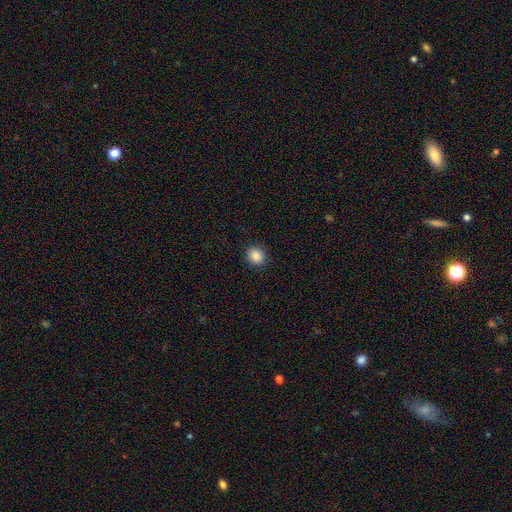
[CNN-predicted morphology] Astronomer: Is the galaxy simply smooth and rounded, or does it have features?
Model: smooth — 87%.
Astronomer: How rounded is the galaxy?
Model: round — 80%.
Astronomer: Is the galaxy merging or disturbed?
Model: none — 90%.